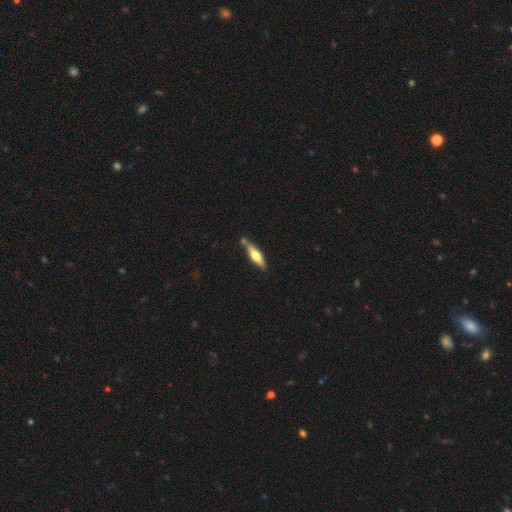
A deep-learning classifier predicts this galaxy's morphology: A smooth galaxy with no disk features (48%). Merging: none (72%).